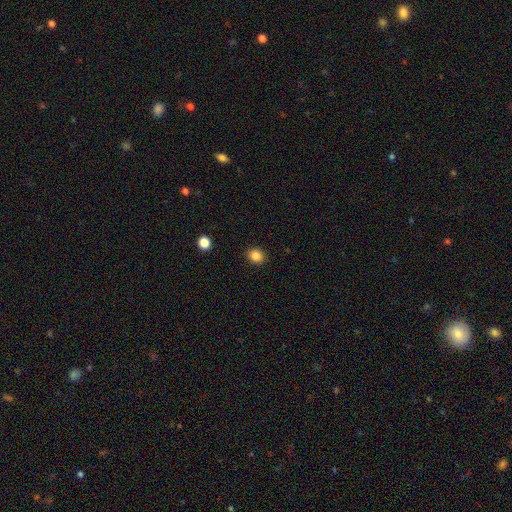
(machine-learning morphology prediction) The model was most divided on "how rounded": round: 77%, in between: 22%, cigar-shaped: 1%. More confident: merging — none (91%); smooth or featured — smooth (86%).